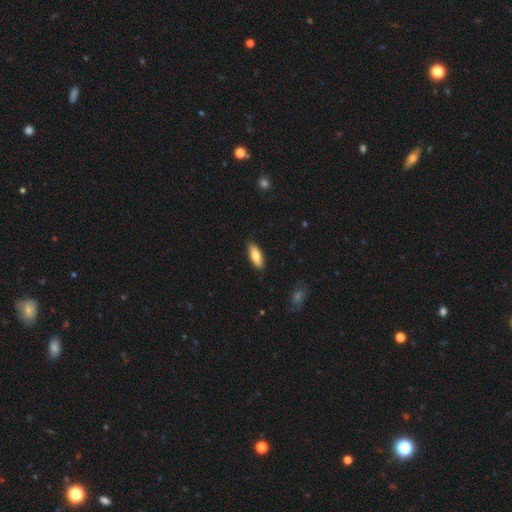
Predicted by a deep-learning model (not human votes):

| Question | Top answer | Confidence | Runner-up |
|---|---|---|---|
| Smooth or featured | smooth | 79% | featured or disk (15%) |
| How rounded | in between | 71% | cigar-shaped (27%) |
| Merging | none | 88% | minor disturbance (9%) |